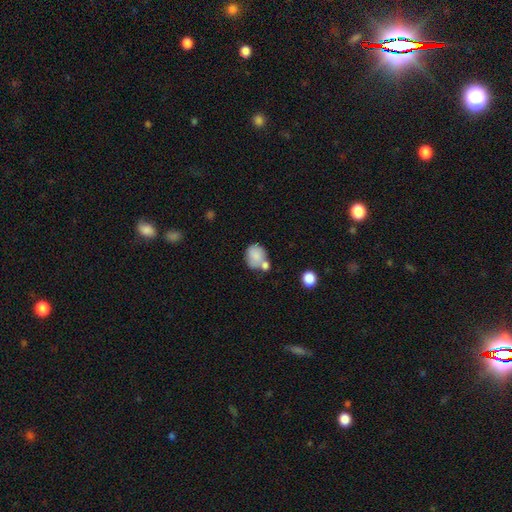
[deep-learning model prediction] This is clearly a smooth galaxy (81%). How rounded: likely round (62%). Merging: marginally none (43%).